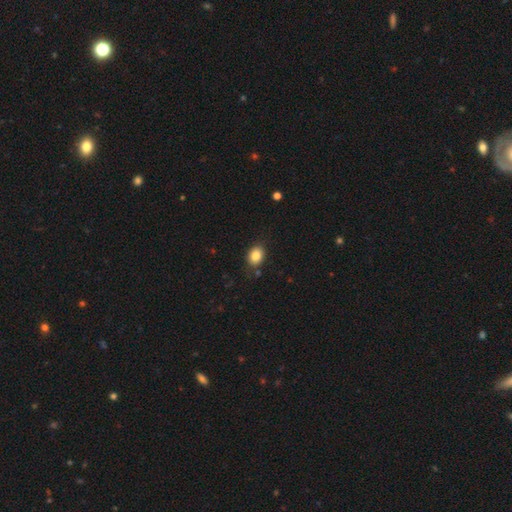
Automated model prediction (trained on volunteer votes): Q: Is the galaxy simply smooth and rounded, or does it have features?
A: smooth — 84%.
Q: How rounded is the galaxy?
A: in between — 61%.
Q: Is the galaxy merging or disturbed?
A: none — 83%.